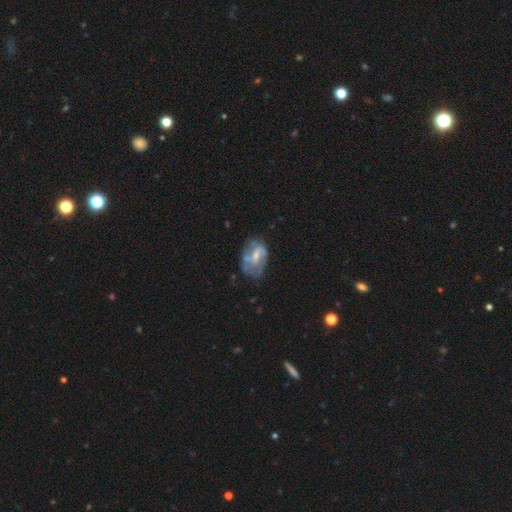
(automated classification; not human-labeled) Q: Smooth or featured?
A: featured or disk (69%); runner-up: smooth (24%)
Q: Edge-on disk?
A: no (97%); runner-up: yes (3%)
Q: Bar?
A: weak (48%); runner-up: no (35%)
Q: Spiral arms?
A: yes (66%); runner-up: no (34%)
Q: Bulge size?
A: small (43%); runner-up: moderate (41%)
Q: Merging?
A: none (48%); runner-up: minor disturbance (26%)